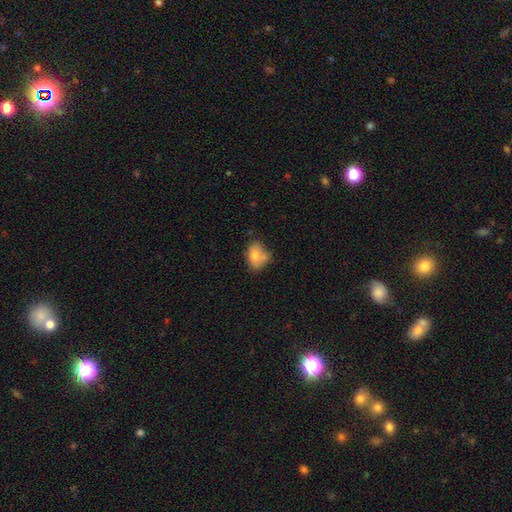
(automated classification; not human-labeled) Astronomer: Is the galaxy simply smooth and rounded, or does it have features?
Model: smooth — 78%.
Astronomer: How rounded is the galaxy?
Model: in between — 73%.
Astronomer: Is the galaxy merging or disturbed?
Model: none — 49% (runner-up: minor disturbance, 28%).